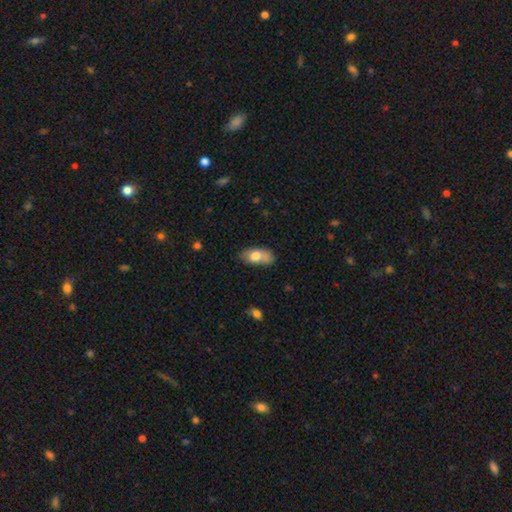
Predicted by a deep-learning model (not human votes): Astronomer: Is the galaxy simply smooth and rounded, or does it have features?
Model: smooth — 71%.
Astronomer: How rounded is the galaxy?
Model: in between — 90%.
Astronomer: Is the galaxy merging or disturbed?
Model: none — 56%.